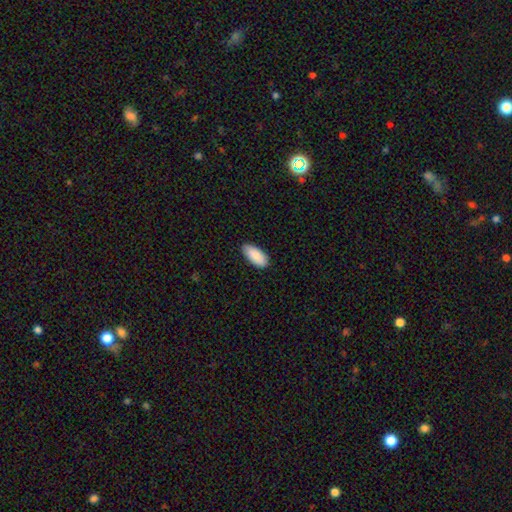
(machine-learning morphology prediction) Smooth or featured? Predicted: smooth (p=0.90). How rounded? Predicted: in between (p=0.91). Merging? Predicted: none (p=0.86).